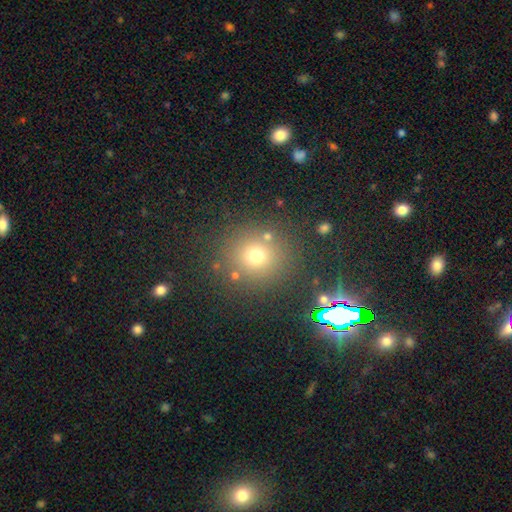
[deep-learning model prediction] smooth-or-featured: smooth: 67% | star or artifact: 23% | featured or disk: 9%
  how-rounded: round: 89% | in between: 10% | cigar-shaped: 1%
  merging: none: 82% | minor disturbance: 8% | merger: 6% | major disturbance: 4%